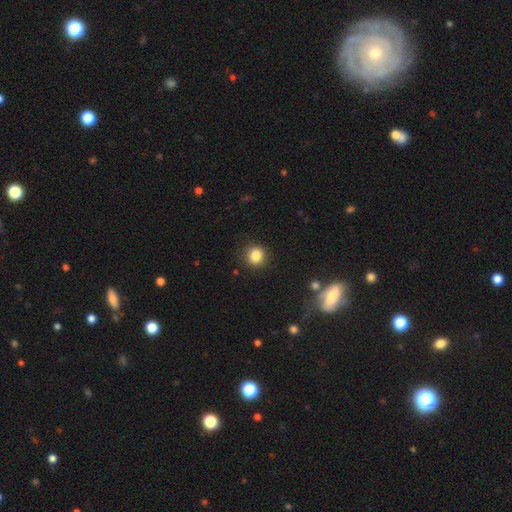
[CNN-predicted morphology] This appears to be a smooth galaxy with no disk features (84%) that is round (89%). Merging: none (90%).